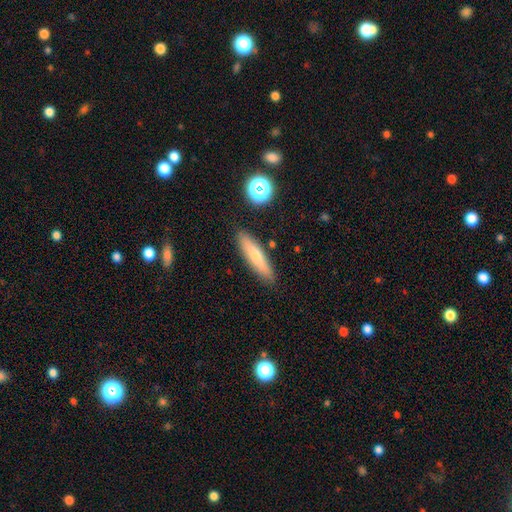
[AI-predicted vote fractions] This appears to be a smooth galaxy with no disk features (65%) that is cigar-shaped (81%). Merging: none (87%).